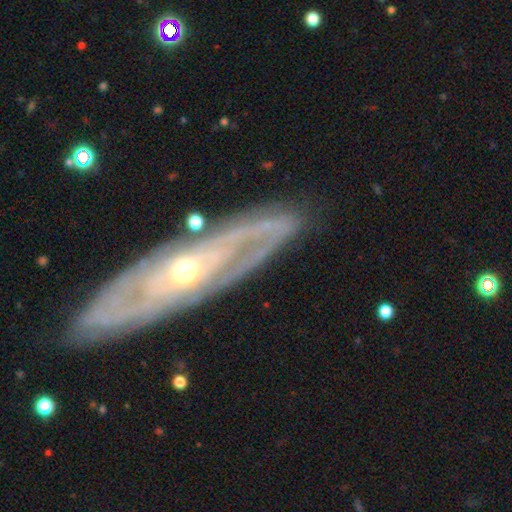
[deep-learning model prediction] Smooth or featured? Predicted: featured or disk (p=0.82). Edge-on disk? Predicted: no (p=0.75). Bar? Predicted: no (p=0.74). Spiral arms? Predicted: yes (p=0.72). Bulge size? Predicted: moderate (p=0.64). Merging? Predicted: none (p=0.80).